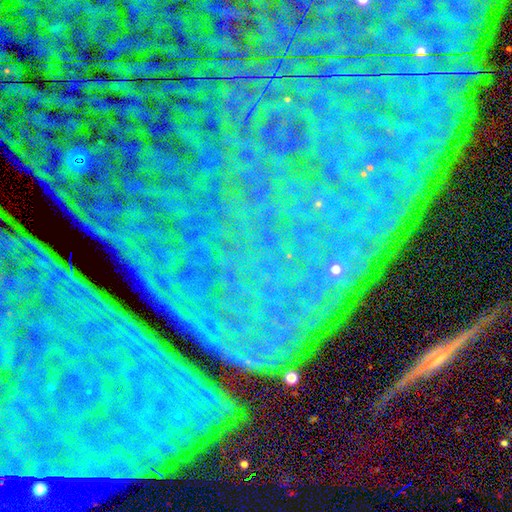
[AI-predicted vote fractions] Morphology: type=star or artifact (85%).